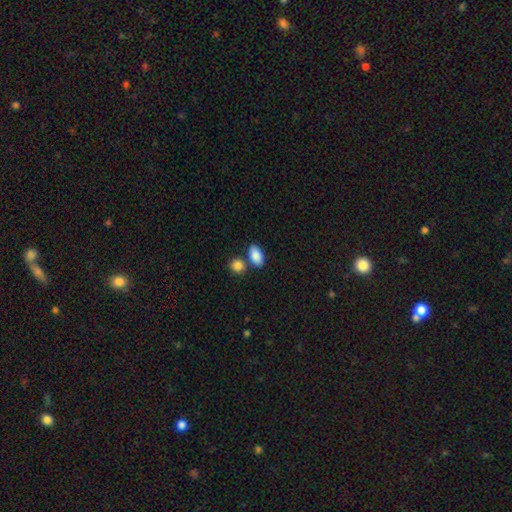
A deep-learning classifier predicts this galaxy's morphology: This is clearly a smooth galaxy (87%). How rounded: clearly in between (90%). Merging: likely none (65%).